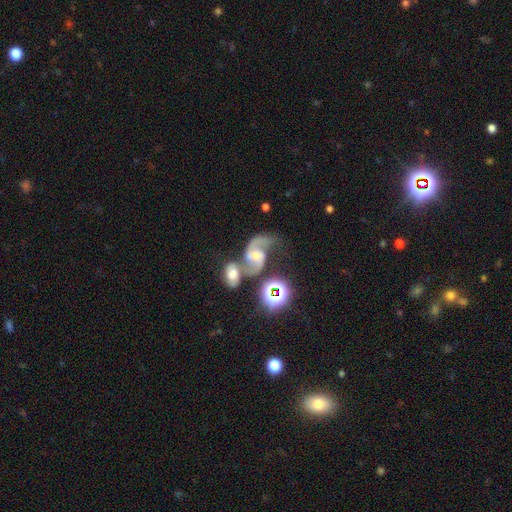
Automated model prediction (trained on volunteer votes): A featured or disk galaxy (78%) with a weak bar (43%), 2 (88%) loose (55%) spiral arms (94%) and a moderate central bulge (46%).

Vote fractions:
- Smooth or featured? featured or disk: 78% / star or artifact: 11% / smooth: 10%
- Edge-on disk? no: 97% / yes: 3%
- Bar? weak: 43% / no: 39% / strong: 18%
- Spiral arms? yes: 94% / no: 6%
- Spiral winding? loose: 55% / medium: 38% / tight: 7%
- Spiral arm count? 2: 88% / 1: 6% / can't tell: 3% / 3: 1% / 4: 1% / more than 4: 1%
- Bulge size? moderate: 46% / small: 39% / none: 7% / large: 7% / dominant: 2%
- Merging? merger: 44% / none: 31% / minor disturbance: 13% / major disturbance: 12%